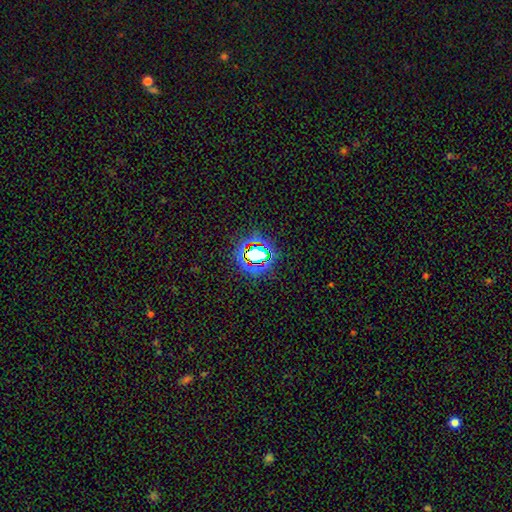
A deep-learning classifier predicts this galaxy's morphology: A star or artifact, not a galaxy (66%).

Vote fractions:
- Smooth or featured? star or artifact: 66% / smooth: 23% / featured or disk: 11%